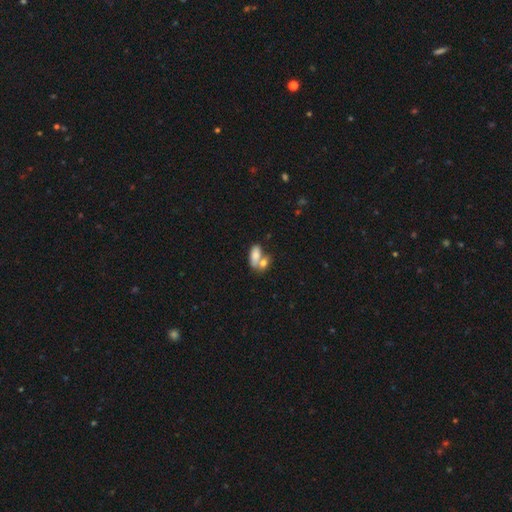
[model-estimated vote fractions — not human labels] Smooth or featured? smooth (78%)
How rounded? in between (89%)
Merging? merger (56%)